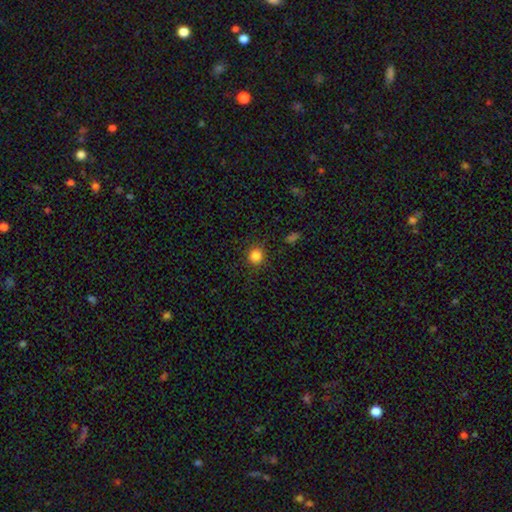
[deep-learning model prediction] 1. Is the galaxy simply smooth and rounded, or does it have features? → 83% smooth, 12% star or artifact, 4% featured or disk.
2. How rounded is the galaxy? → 92% round, 7% in between, 1% cigar-shaped.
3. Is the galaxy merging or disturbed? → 89% none, 7% minor disturbance, 2% major disturbance, 1% merger.